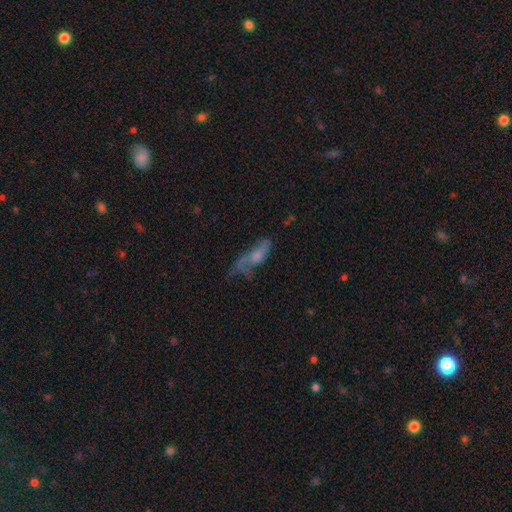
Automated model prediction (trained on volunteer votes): Smooth or featured? Predicted: featured or disk (p=0.45). Merging? Predicted: major disturbance (p=0.37).